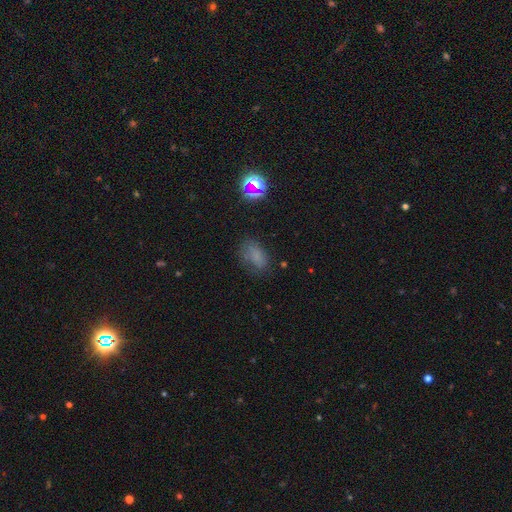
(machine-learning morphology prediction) smooth_or_featured: smooth (p=0.63) [alt: star or artifact p=0.23]
how_rounded: in between (p=0.84) [alt: round p=0.14]
merging: none (p=0.62) [alt: minor disturbance p=0.24]